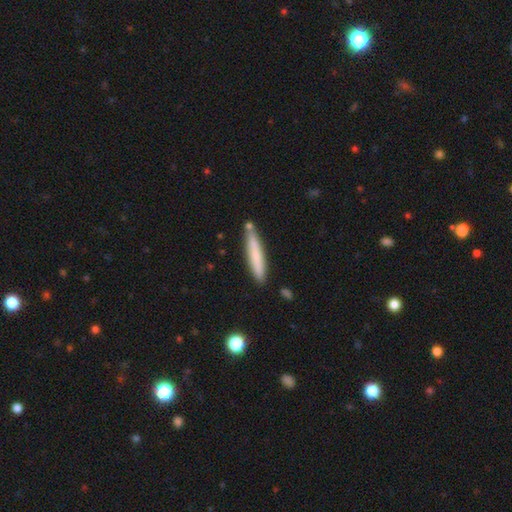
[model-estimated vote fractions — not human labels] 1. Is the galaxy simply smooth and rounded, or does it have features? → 73% smooth, 21% featured or disk, 6% star or artifact.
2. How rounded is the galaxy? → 94% cigar-shaped, 5% in between, 1% round.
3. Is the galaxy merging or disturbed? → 81% none, 12% minor disturbance, 5% merger, 2% major disturbance.